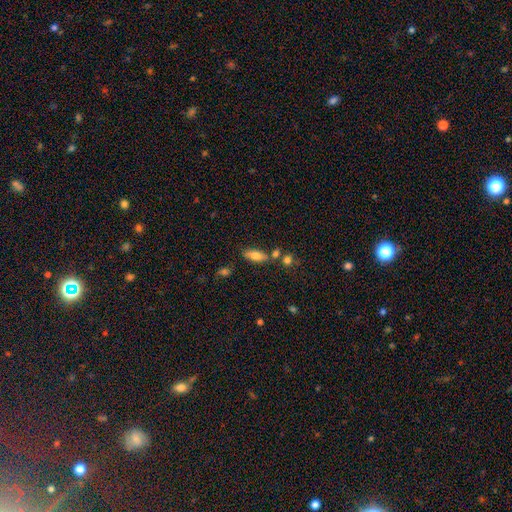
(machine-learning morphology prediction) smooth_or_featured: smooth (p=0.73) [alt: featured or disk p=0.18]
how_rounded: in between (p=0.71) [alt: cigar-shaped p=0.26]
merging: none (p=0.68) [alt: merger p=0.14]